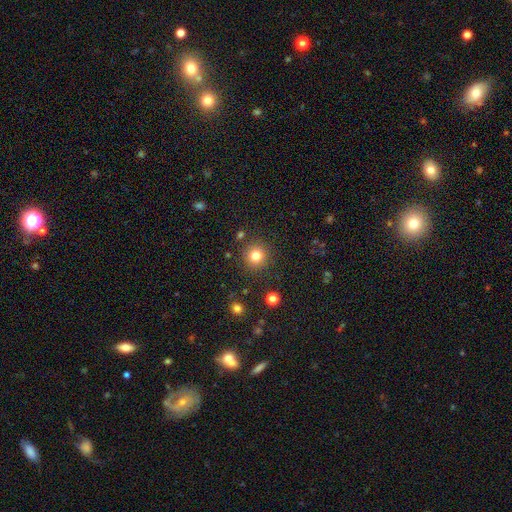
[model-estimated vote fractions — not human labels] smooth 81%, star or artifact 13%, featured or disk 6%. Down the decision tree: how rounded — round (94%); merging — none (88%).